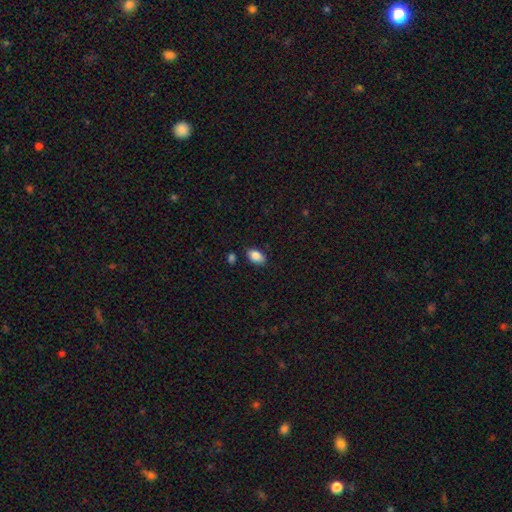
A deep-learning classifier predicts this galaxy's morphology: type=smooth (85%); roundness=in between (91%); merging=none (83%).